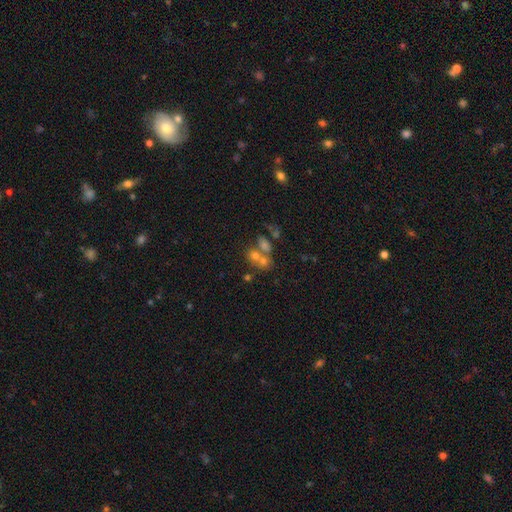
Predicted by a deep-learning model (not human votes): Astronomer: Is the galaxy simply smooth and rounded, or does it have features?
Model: smooth — 55%.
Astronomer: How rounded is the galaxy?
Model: round — 61% (runner-up: in between, 38%).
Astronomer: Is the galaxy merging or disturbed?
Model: merger — 55% (runner-up: none, 32%).